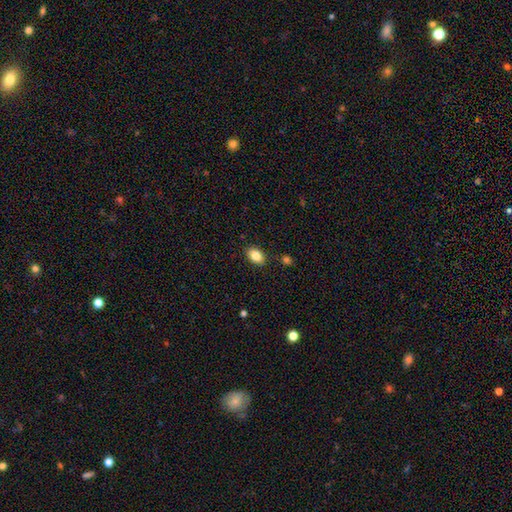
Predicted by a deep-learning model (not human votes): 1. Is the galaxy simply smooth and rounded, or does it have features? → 85% smooth, 8% star or artifact, 7% featured or disk.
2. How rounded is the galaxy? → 86% in between, 12% round, 1% cigar-shaped.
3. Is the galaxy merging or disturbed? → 87% none, 9% minor disturbance, 2% major disturbance, 2% merger.